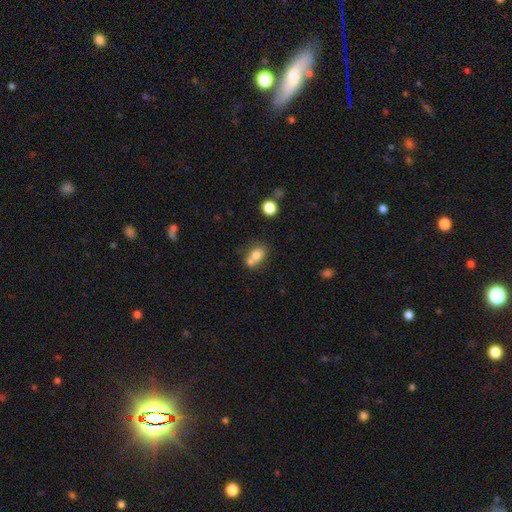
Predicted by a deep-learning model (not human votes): Overall: smooth (75%). How rounded: in between (69%; round 29%). Merging: merger (46%; none 37%).